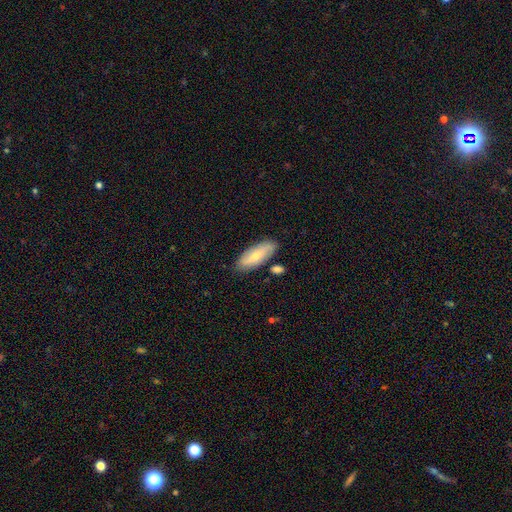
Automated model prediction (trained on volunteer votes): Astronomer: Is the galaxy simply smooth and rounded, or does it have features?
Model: smooth — 63%.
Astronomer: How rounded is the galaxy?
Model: in between — 69%.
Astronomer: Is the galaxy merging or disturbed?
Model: none — 80%.